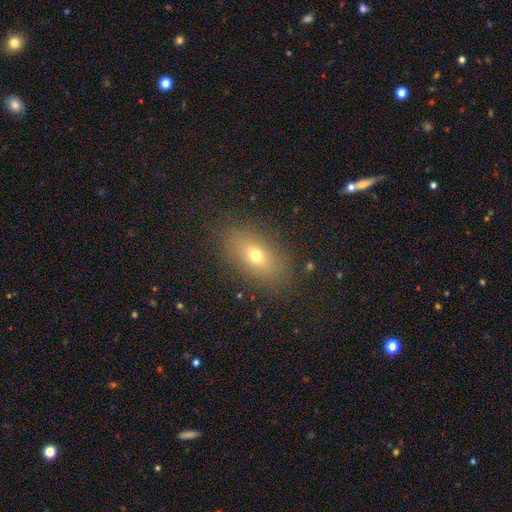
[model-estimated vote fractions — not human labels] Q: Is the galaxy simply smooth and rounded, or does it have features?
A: smooth — 67%.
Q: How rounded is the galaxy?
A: in between — 83%.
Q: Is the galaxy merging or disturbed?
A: none — 85%.